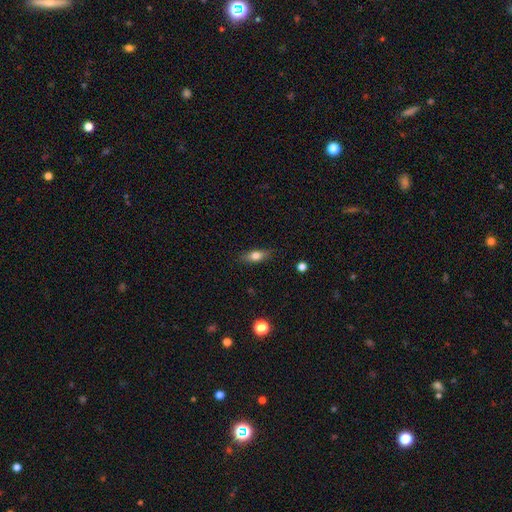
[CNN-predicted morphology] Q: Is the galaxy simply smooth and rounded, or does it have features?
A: smooth — 71%.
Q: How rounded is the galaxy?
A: in between — 65%.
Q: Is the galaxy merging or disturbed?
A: none — 84%.